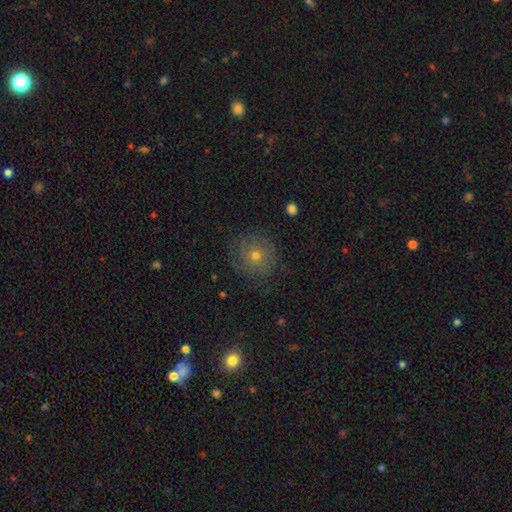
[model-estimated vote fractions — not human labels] smooth 55%, featured or disk 27%, star or artifact 18%. Down the decision tree: how rounded — round (92%); merging — none (81%).